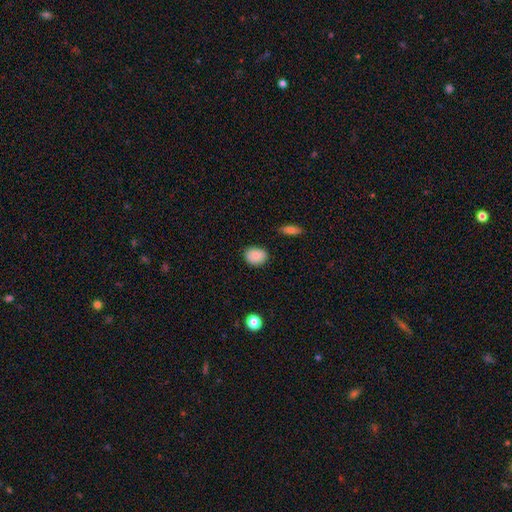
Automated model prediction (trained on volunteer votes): Overall: smooth (88%). How rounded: in between (53%; round 46%). Merging: none (85%).